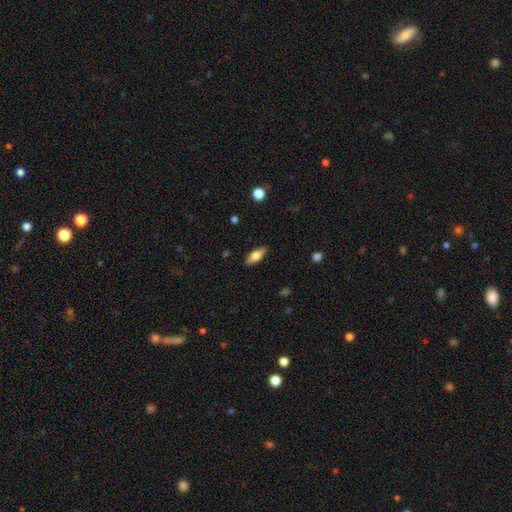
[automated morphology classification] Smooth or featured? Predicted: smooth (p=0.63). How rounded? Predicted: in between (p=0.71). Merging? Predicted: none (p=0.88).